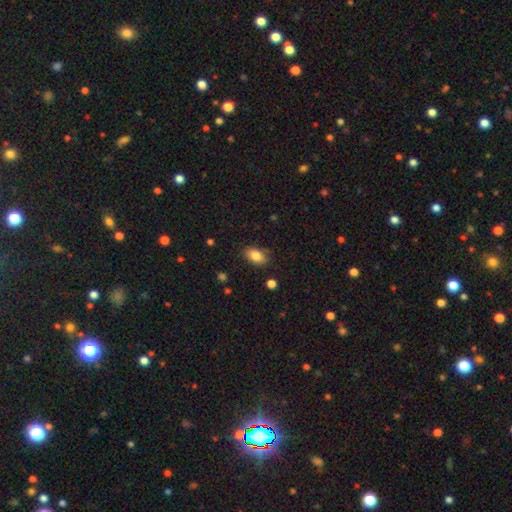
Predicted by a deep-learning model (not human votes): This appears to be a smooth galaxy with no disk features (84%) that is in between round and cigar-shaped (90%). Merging: none (82%).